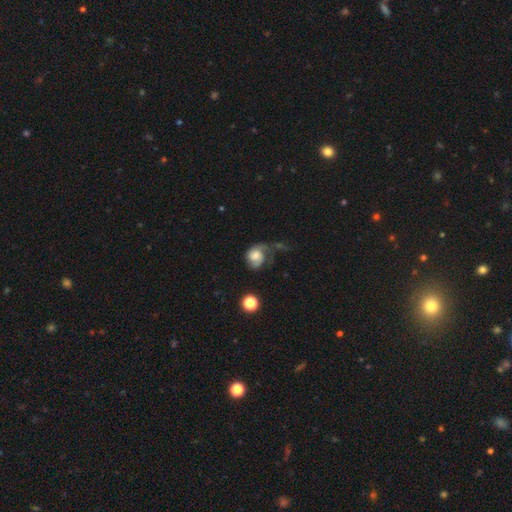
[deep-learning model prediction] Overall: featured or disk (55%; smooth 37%). Edge-on disk: no (97%). Bar: no (74%). Spiral arms: yes (84%). Bulge size: moderate (45%; small 21%). Merging: major disturbance (42%; none 28%).